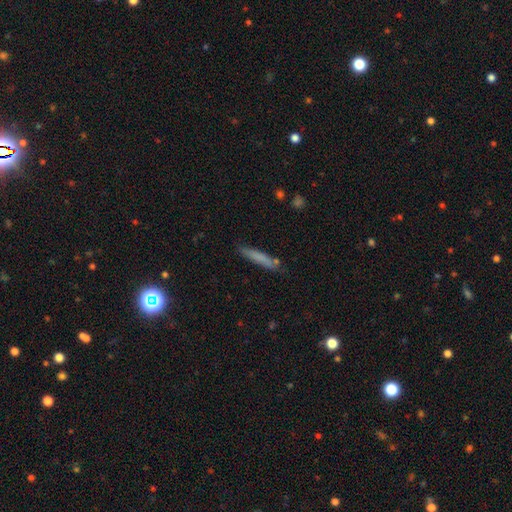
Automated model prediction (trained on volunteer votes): Morphology: type=smooth (67%); roundness=cigar-shaped (92%); merging=none (83%).